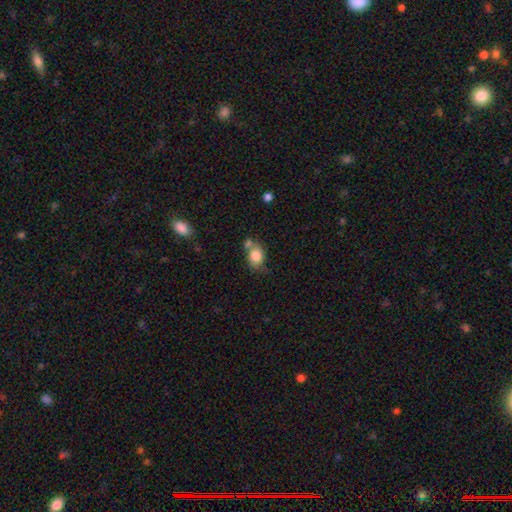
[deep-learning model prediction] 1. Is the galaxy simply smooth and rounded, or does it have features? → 80% smooth, 11% featured or disk, 8% star or artifact.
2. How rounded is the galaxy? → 60% in between, 39% round, 1% cigar-shaped.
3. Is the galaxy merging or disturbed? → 46% none, 26% merger, 21% minor disturbance, 7% major disturbance.